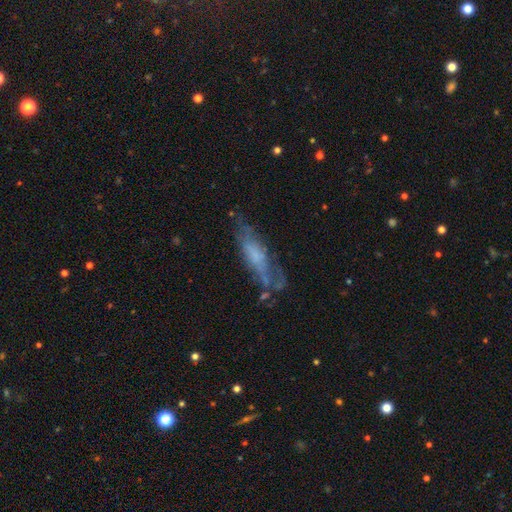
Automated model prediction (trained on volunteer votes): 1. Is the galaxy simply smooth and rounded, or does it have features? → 53% featured or disk, 38% smooth, 10% star or artifact.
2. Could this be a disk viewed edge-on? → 58% no, 42% yes.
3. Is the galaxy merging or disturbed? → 51% none, 25% minor disturbance, 19% major disturbance, 5% merger.